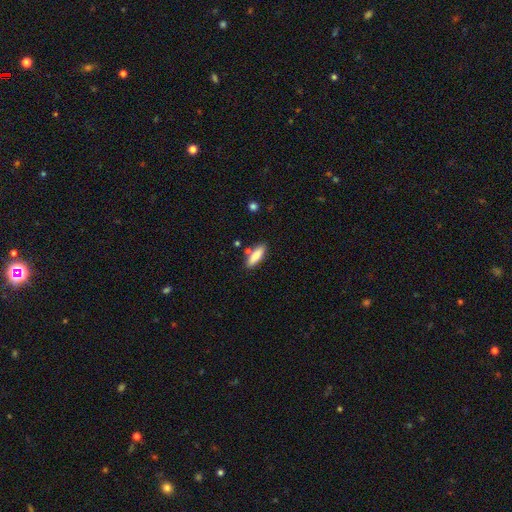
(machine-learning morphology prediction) smooth-or-featured: smooth: 81% | featured or disk: 13% | star or artifact: 6%
  how-rounded: in between: 58% | cigar-shaped: 40% | round: 2%
  merging: none: 80% | minor disturbance: 12% | merger: 6% | major disturbance: 2%